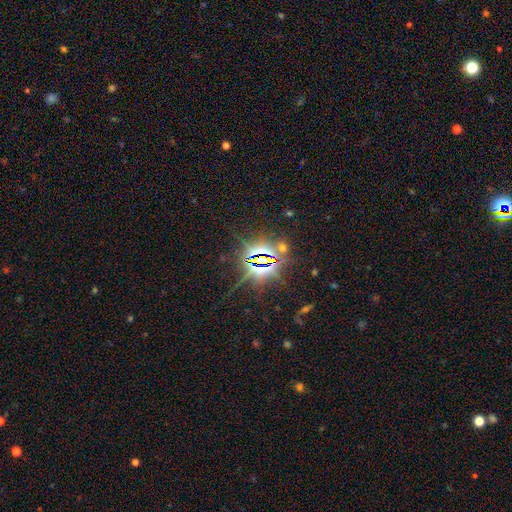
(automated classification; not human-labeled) This appears to be a star or artifact, not a galaxy (85%).